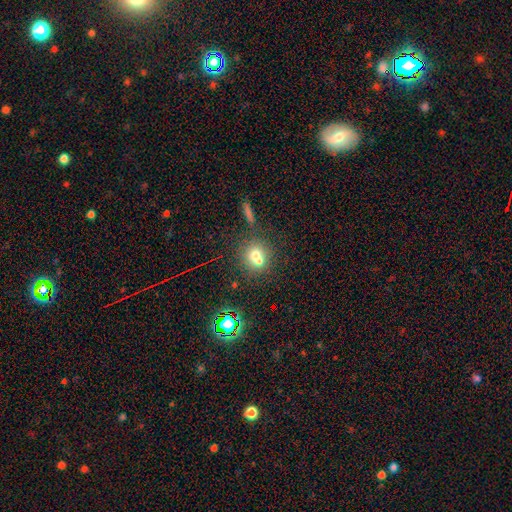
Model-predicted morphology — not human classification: Smooth or featured? Predicted: smooth (p=0.66). How rounded? Predicted: round (p=0.80). Merging? Predicted: none (p=0.44).